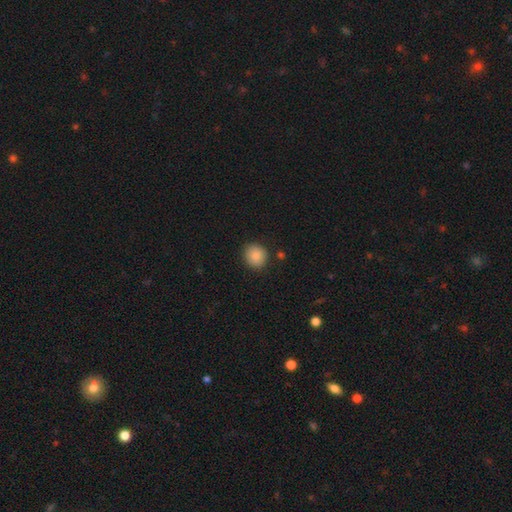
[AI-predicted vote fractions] The model was most divided on "how rounded": round: 85%, in between: 14%, cigar-shaped: 1%. More confident: merging — none (89%); smooth or featured — smooth (87%).